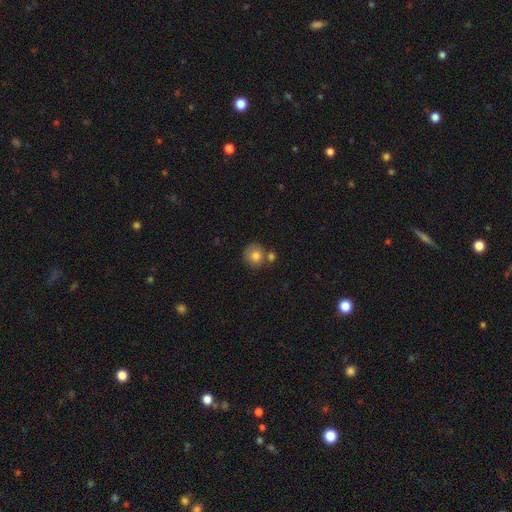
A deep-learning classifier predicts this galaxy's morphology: smooth-or-featured: smooth: 80% | featured or disk: 10% | star or artifact: 10%
  how-rounded: round: 90% | in between: 9% | cigar-shaped: 1%
  merging: none: 61% | merger: 24% | minor disturbance: 11% | major disturbance: 3%